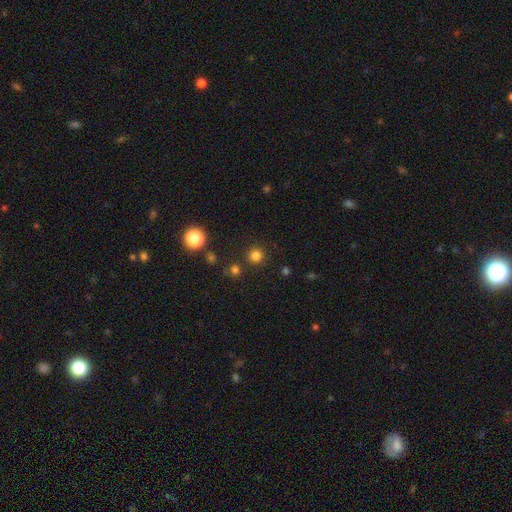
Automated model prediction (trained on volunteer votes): Smooth or featured? smooth (79%)
How rounded? round (95%)
Merging? none (88%)